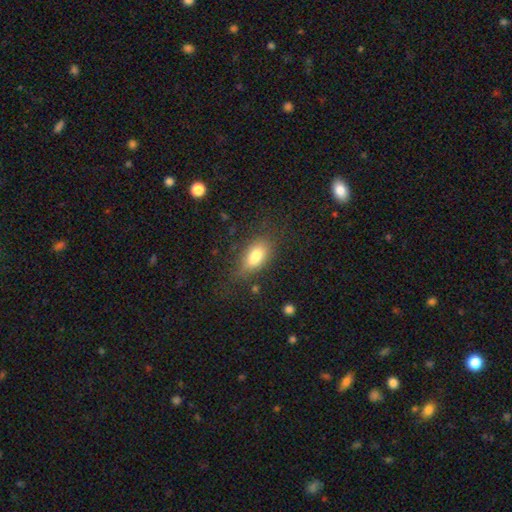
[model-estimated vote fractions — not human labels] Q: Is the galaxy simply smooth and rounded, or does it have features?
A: smooth — 78%.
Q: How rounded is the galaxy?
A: in between — 87%.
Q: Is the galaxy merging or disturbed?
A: none — 58%.